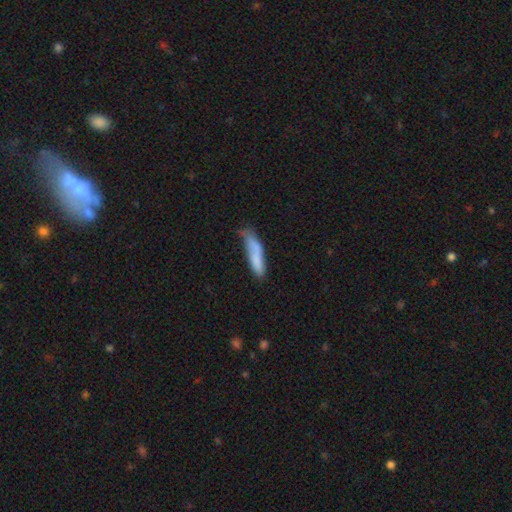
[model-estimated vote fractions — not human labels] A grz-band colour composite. It shows a smooth galaxy with no disk features (77%) that is cigar-shaped (72%). Merging: none (38%).